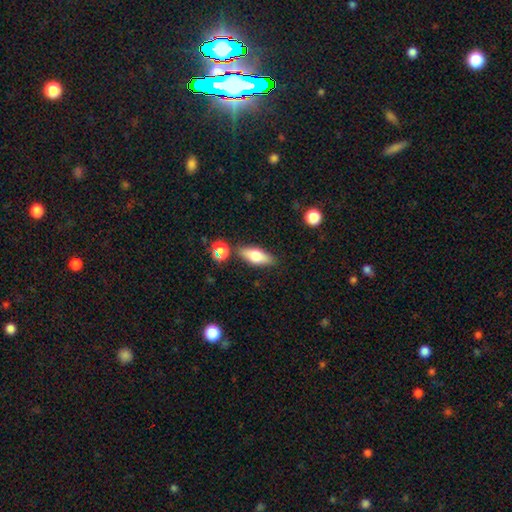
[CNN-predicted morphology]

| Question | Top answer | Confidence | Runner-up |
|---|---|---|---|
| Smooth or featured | smooth | 67% | featured or disk (25%) |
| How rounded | in between | 70% | cigar-shaped (26%) |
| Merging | none | 80% | minor disturbance (11%) |